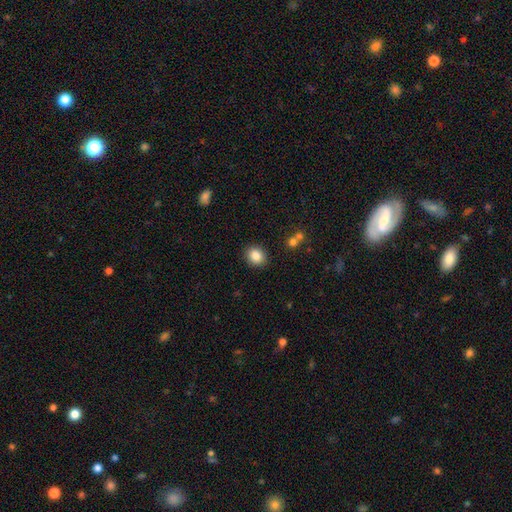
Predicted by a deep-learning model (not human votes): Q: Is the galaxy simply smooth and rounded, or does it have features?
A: smooth — 85%.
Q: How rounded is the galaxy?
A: round — 65%.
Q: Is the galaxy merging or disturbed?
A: none — 89%.